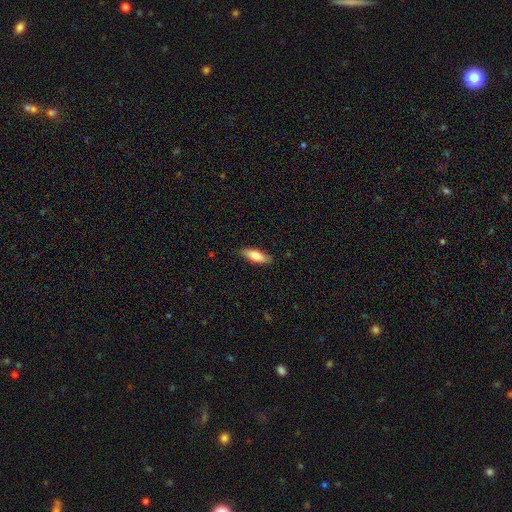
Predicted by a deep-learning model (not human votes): A smooth galaxy with no disk features (70%) that is in between round and cigar-shaped (58%).

Vote fractions:
- Smooth or featured? smooth: 70% / featured or disk: 24% / star or artifact: 6%
- How rounded? in between: 58% / cigar-shaped: 40% / round: 2%
- Merging? none: 85% / minor disturbance: 12% / major disturbance: 2% / merger: 1%